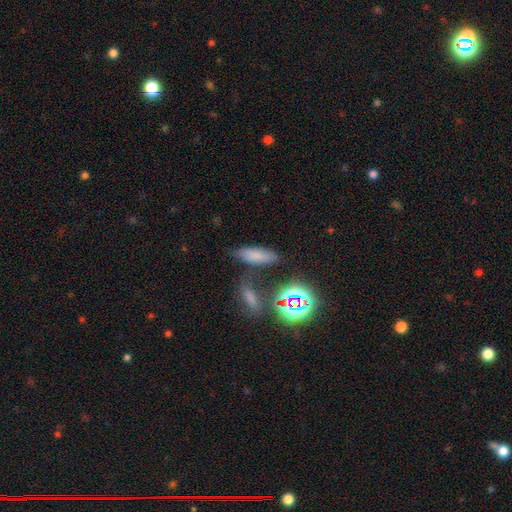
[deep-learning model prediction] This appears to be a smooth galaxy with no disk features (70%) that is in between round and cigar-shaped (56%). Merging: none (69%).